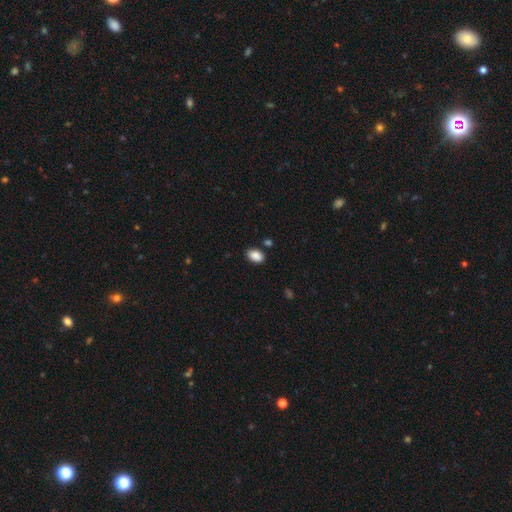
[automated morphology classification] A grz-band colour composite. It shows a smooth galaxy with no disk features (89%) that is in between round and cigar-shaped (86%). Merging: none (83%).